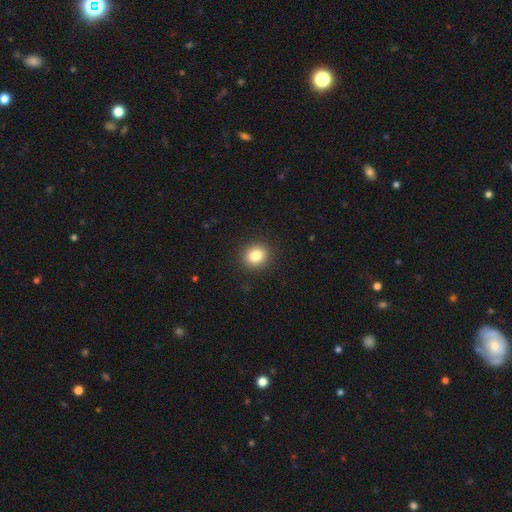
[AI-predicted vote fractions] Smooth or featured?
  - smooth: 83% *
  - star or artifact: 11%
  - featured or disk: 7%
How rounded?
  - round: 80% *
  - in between: 19%
  - cigar-shaped: 1%
Merging?
  - none: 91% *
  - minor disturbance: 6%
  - major disturbance: 2%
  - merger: 1%